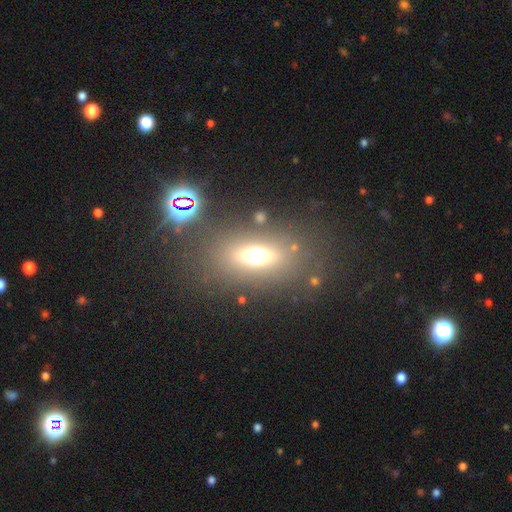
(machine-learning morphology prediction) This is possibly a smooth galaxy (53%). How rounded: likely in between (71%). Merging: likely none (76%).